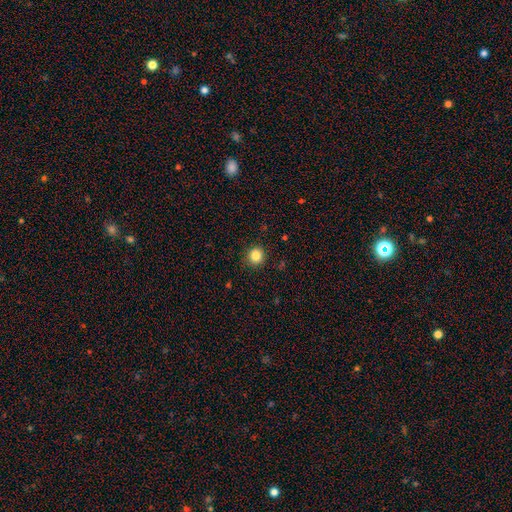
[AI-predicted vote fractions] A smooth galaxy with no disk features (85%) that is round (91%). Merging: none (91%).